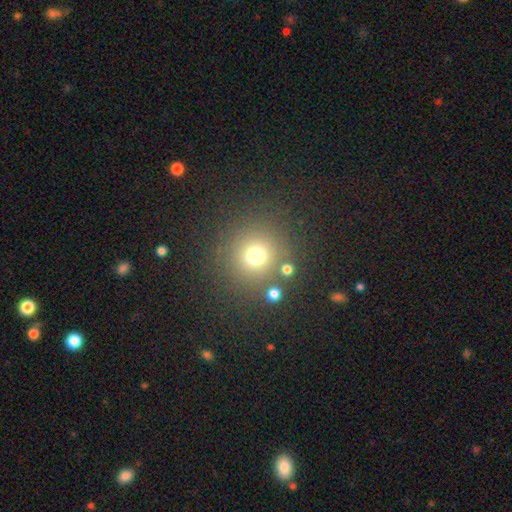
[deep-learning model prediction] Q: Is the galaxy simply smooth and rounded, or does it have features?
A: smooth — 72%.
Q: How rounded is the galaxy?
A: round — 93%.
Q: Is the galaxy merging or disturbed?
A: none — 83%.